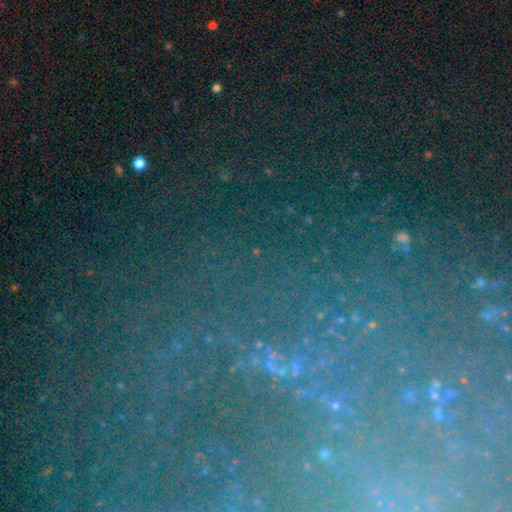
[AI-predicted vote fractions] Smooth or featured? Predicted: star or artifact (p=0.67).